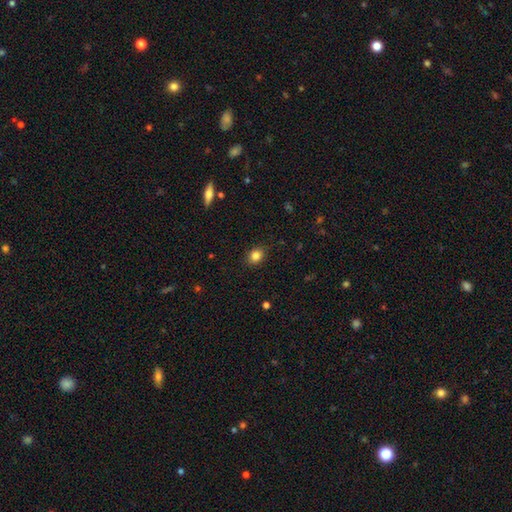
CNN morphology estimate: Smooth or featured? Predicted: smooth (p=0.83). How rounded? Predicted: round (p=0.52). Merging? Predicted: none (p=0.85).